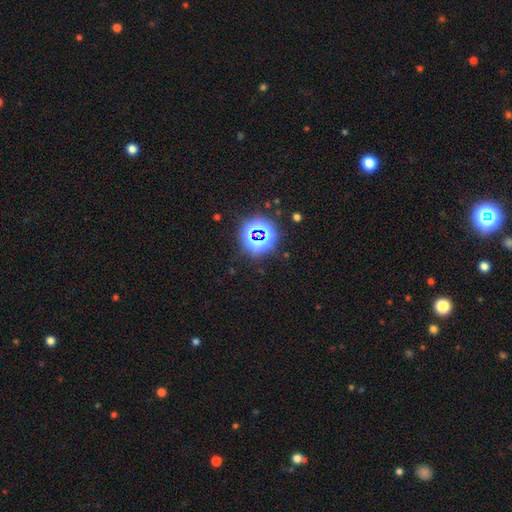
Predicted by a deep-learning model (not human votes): Overall: star or artifact (81%).